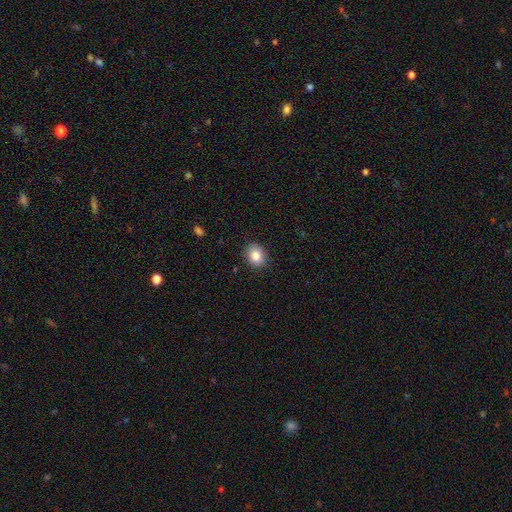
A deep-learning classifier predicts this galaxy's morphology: The model was most divided on "how rounded": round: 55%, in between: 44%, cigar-shaped: 1%. More confident: merging — none (88%); smooth or featured — smooth (84%).